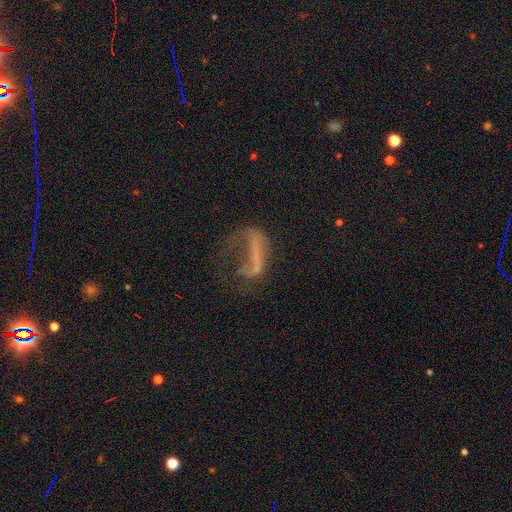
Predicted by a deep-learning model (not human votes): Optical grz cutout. It shows a featured or disk galaxy (52%). Merging: major disturbance (53%).